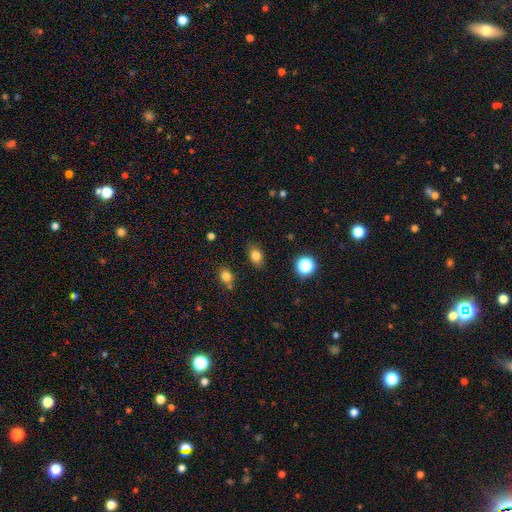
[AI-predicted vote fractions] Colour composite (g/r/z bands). It shows a smooth galaxy with no disk features (79%) that is in between round and cigar-shaped (73%). Merging: none (82%).